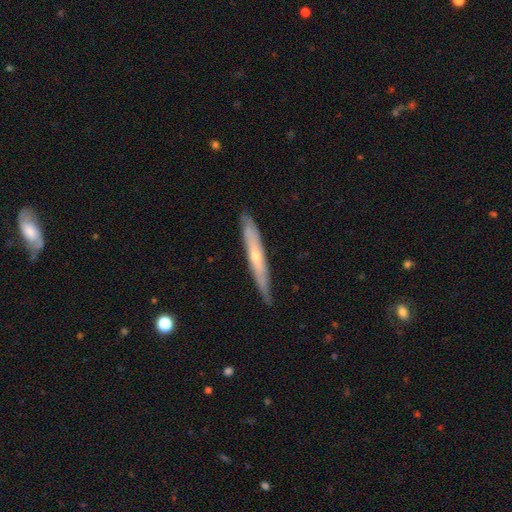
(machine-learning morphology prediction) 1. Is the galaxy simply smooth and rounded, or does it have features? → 60% featured or disk, 34% smooth, 6% star or artifact.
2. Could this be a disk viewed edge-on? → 86% yes, 14% no.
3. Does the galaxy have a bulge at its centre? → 63% rounded, 34% none, 3% boxy.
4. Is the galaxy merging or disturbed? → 81% none, 16% minor disturbance, 2% major disturbance, 1% merger.